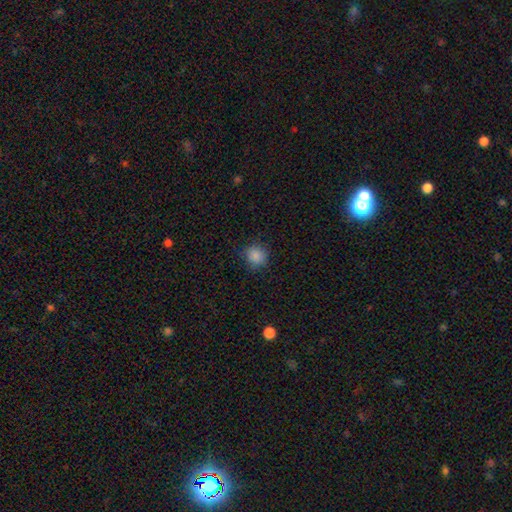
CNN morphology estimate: The model was most divided on "merging": none: 85%, minor disturbance: 11%, major disturbance: 3%, merger: 1%. More confident: how rounded — round (87%); smooth or featured — smooth (86%).